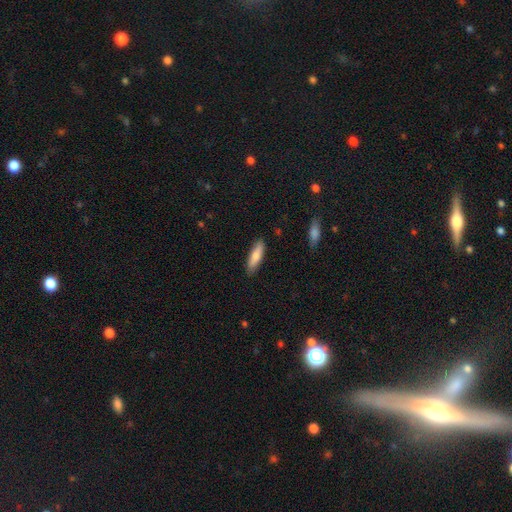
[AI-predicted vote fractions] Smooth or featured? smooth (77%)
How rounded? cigar-shaped (61%)
Merging? none (87%)